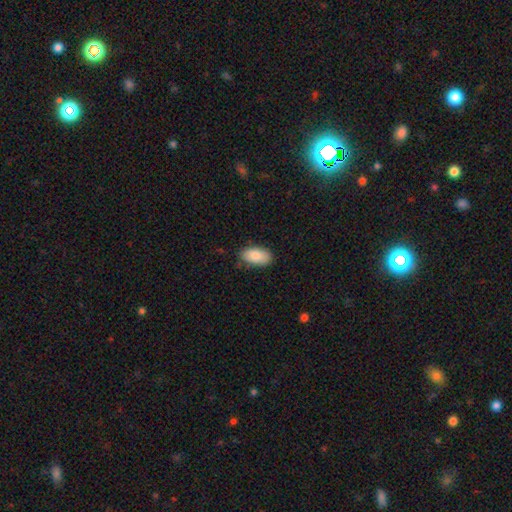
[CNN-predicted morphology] Smooth or featured? Predicted: smooth (p=0.86). How rounded? Predicted: in between (p=0.94). Merging? Predicted: none (p=0.81).